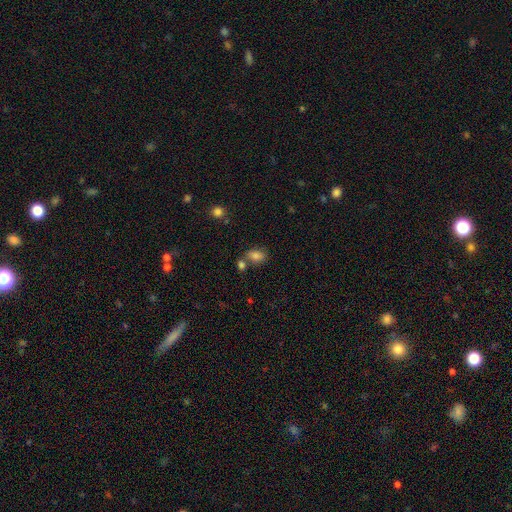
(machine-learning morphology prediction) A smooth galaxy with no disk features (81%) that is in between round and cigar-shaped (78%).

Vote fractions:
- Smooth or featured? smooth: 81% / star or artifact: 10% / featured or disk: 9%
- How rounded? in between: 78% / round: 20% / cigar-shaped: 2%
- Merging? none: 59% / merger: 23% / minor disturbance: 14% / major disturbance: 4%